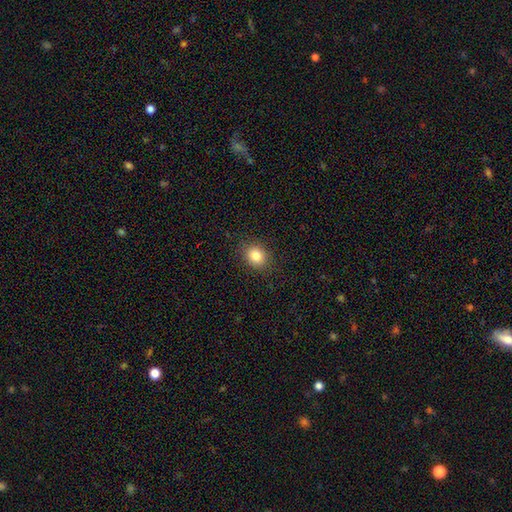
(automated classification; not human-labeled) Smooth or featured?
  - smooth: 83% *
  - star or artifact: 11%
  - featured or disk: 6%
How rounded?
  - round: 63% *
  - in between: 37%
  - cigar-shaped: 1%
Merging?
  - none: 88% *
  - minor disturbance: 8%
  - major disturbance: 3%
  - merger: 1%